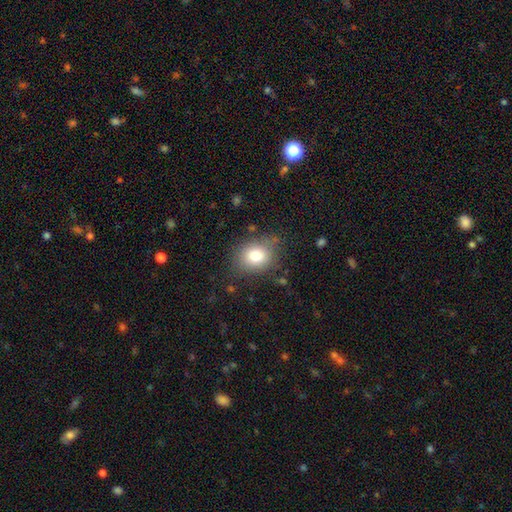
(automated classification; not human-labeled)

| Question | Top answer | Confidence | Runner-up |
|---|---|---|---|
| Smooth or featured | smooth | 79% | star or artifact (11%) |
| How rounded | round | 52% | in between (47%) |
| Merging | none | 77% | minor disturbance (16%) |